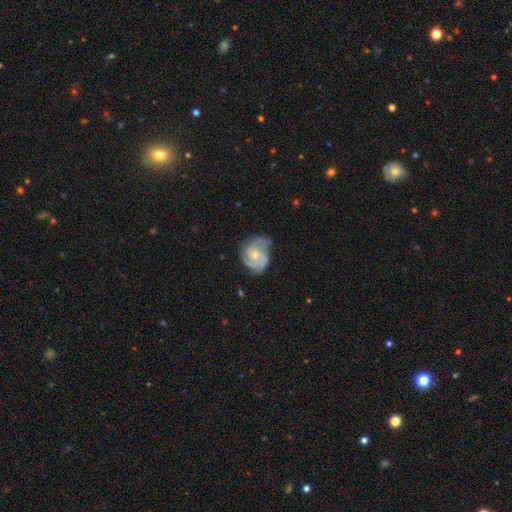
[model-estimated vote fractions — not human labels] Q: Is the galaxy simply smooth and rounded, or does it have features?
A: featured or disk — 85%.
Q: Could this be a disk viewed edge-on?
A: no — 98%.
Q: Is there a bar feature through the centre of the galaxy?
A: no — 75%.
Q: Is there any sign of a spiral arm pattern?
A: yes — 97%.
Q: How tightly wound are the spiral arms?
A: tight — 55%.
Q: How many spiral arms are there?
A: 3 — 47%.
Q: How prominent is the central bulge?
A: small — 56%.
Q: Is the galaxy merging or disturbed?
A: none — 65%.